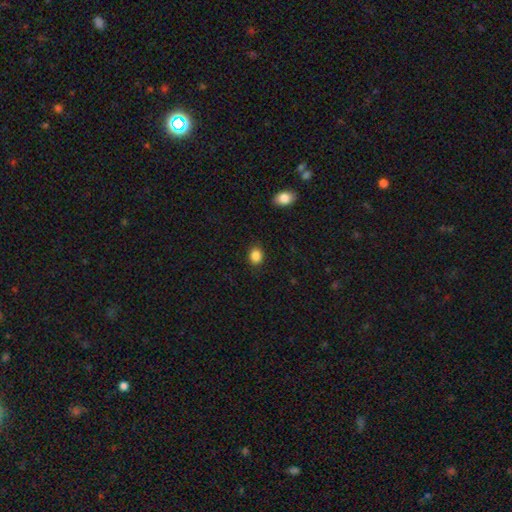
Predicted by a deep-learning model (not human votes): smooth-or-featured: smooth: 87% | star or artifact: 10% | featured or disk: 3%
  how-rounded: round: 58% | in between: 41% | cigar-shaped: 1%
  merging: none: 88% | minor disturbance: 8% | major disturbance: 2% | merger: 1%